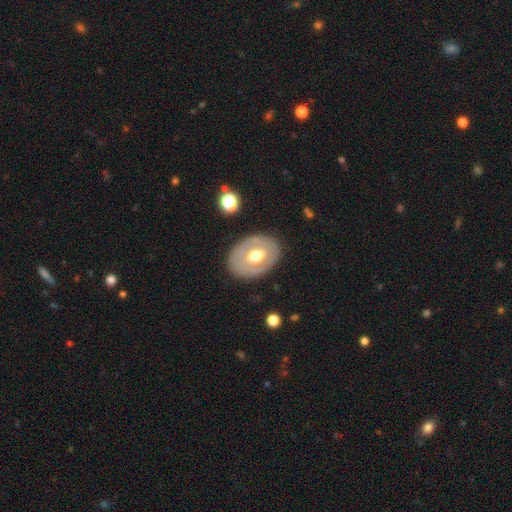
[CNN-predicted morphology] The model was most divided on "smooth or featured": featured or disk: 53%, smooth: 41%, star or artifact: 6%. More confident: edge-on disk — no (92%); merging — none (81%).